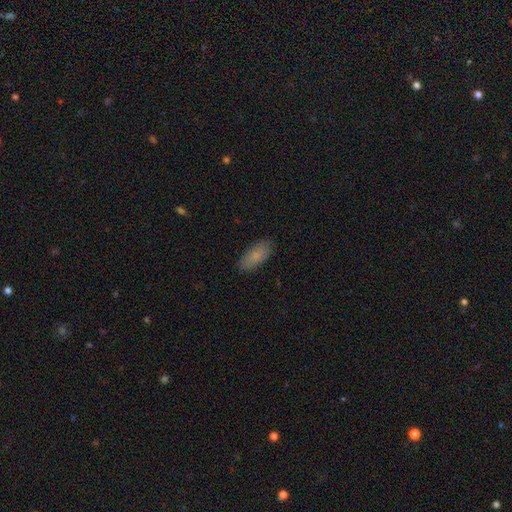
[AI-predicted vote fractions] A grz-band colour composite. It shows a smooth galaxy with no disk features (82%) that is in between round and cigar-shaped (85%). Merging: none (85%).